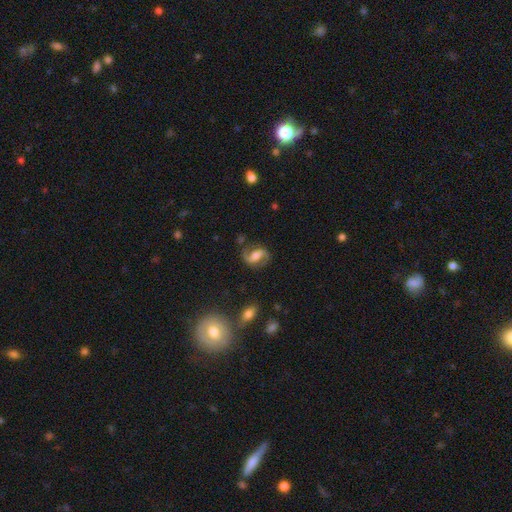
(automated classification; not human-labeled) Smooth or featured? Predicted: featured or disk (p=0.83). Edge-on disk? Predicted: no (p=0.97). Bar? Predicted: weak (p=0.43). Spiral arms? Predicted: yes (p=0.95). Spiral winding? Predicted: medium (p=0.49). Spiral arm count? Predicted: 2 (p=0.92). Bulge size? Predicted: moderate (p=0.54). Merging? Predicted: none (p=0.77).